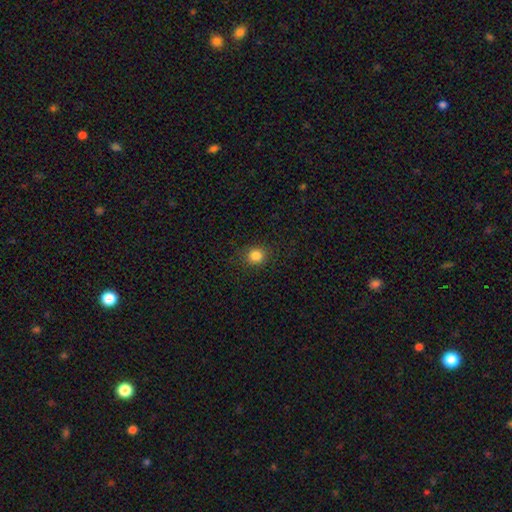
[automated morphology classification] The model was most divided on "how rounded": round: 82%, in between: 17%, cigar-shaped: 1%. More confident: merging — none (88%); smooth or featured — smooth (84%).